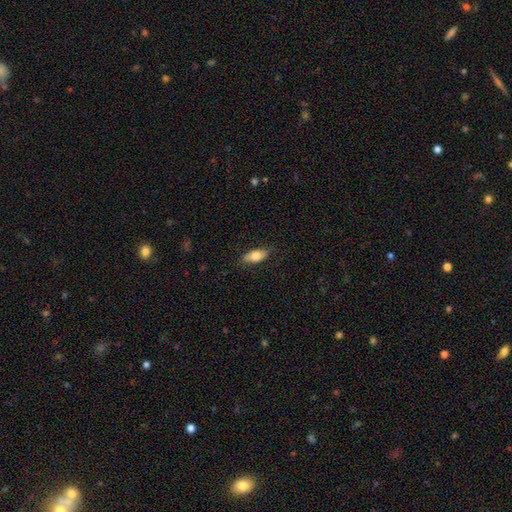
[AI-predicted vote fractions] Smooth or featured? smooth (73%)
How rounded? in between (86%)
Merging? none (83%)